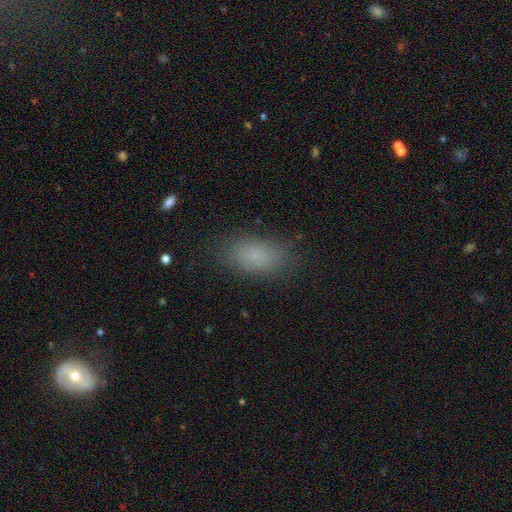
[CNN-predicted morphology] type=smooth (81%); roundness=in between (89%); merging=none (82%).